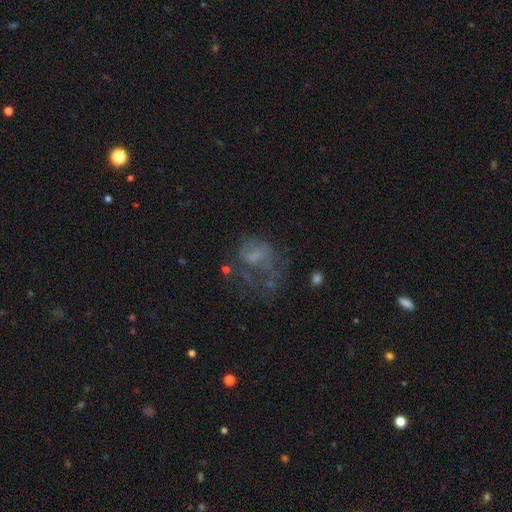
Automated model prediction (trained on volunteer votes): smooth-or-featured: featured or disk: 47% | smooth: 35% | star or artifact: 18%
  merging: major disturbance: 45% | none: 31% | minor disturbance: 17% | merger: 6%